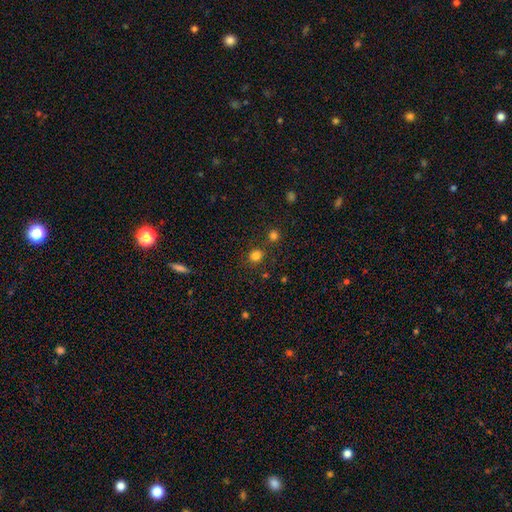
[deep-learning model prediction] Overall: smooth (80%). How rounded: round (81%). Merging: none (79%).